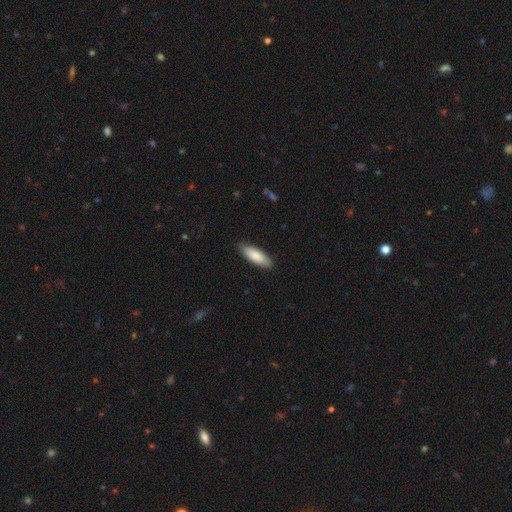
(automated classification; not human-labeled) smooth-or-featured: smooth: 82% | featured or disk: 13% | star or artifact: 5%
  how-rounded: in between: 60% | cigar-shaped: 39% | round: 1%
  merging: none: 87% | minor disturbance: 10% | major disturbance: 2% | merger: 1%